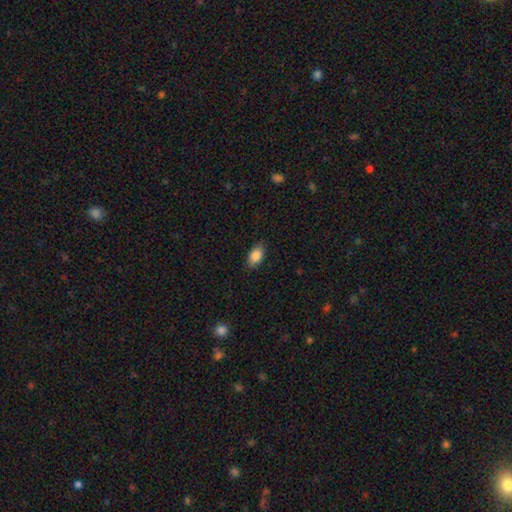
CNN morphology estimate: Smooth or featured?
  - smooth: 87% *
  - star or artifact: 7%
  - featured or disk: 6%
How rounded?
  - in between: 91% *
  - round: 6%
  - cigar-shaped: 4%
Merging?
  - none: 84% *
  - minor disturbance: 12%
  - major disturbance: 3%
  - merger: 1%